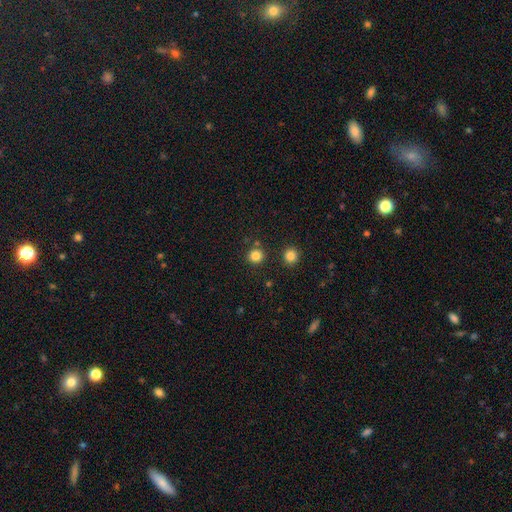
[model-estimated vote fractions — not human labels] smooth-or-featured: smooth: 83% | star or artifact: 13% | featured or disk: 4%
  how-rounded: round: 92% | in between: 7% | cigar-shaped: 1%
  merging: none: 86% | minor disturbance: 6% | merger: 5% | major disturbance: 2%